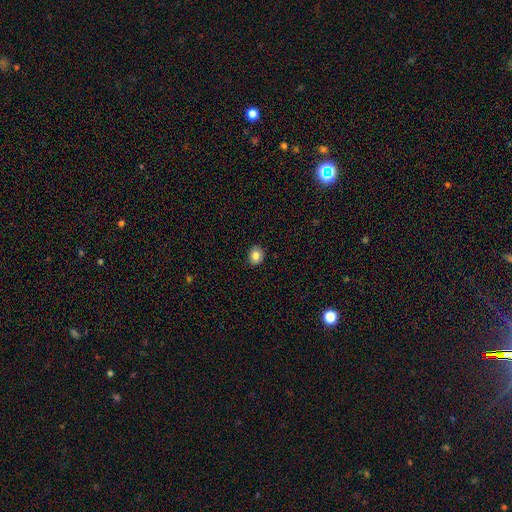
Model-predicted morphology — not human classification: This is clearly a smooth galaxy (82%). How rounded: likely round (65%). Merging: clearly none (89%).